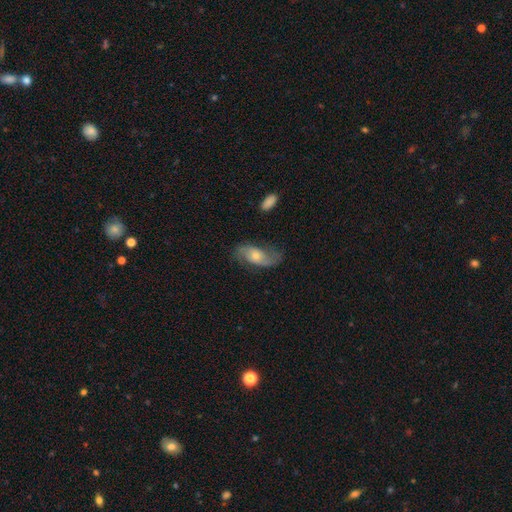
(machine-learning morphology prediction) Smooth or featured: featured or disk — 69% (smooth — 24%)
Edge-on disk: no — 94% (yes — 6%)
Bar: no — 68% (weak — 26%)
Spiral arms: yes — 90% (no — 10%)
Spiral winding: loose — 48% (medium — 37%)
Spiral arm count: 2 — 86% (can't tell — 7%)
Bulge size: small — 49% (moderate — 44%)
Merging: none — 67% (minor disturbance — 20%)